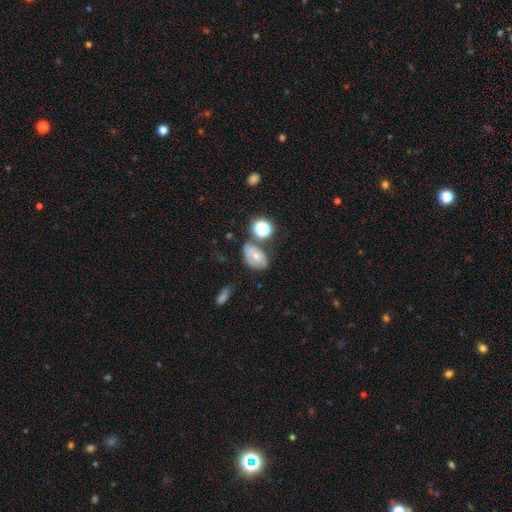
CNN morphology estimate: Smooth or featured?
  - smooth: 53% *
  - featured or disk: 31%
  - star or artifact: 15%
How rounded?
  - in between: 74% *
  - round: 25%
  - cigar-shaped: 1%
Merging?
  - none: 54% *
  - minor disturbance: 23%
  - merger: 15%
  - major disturbance: 8%